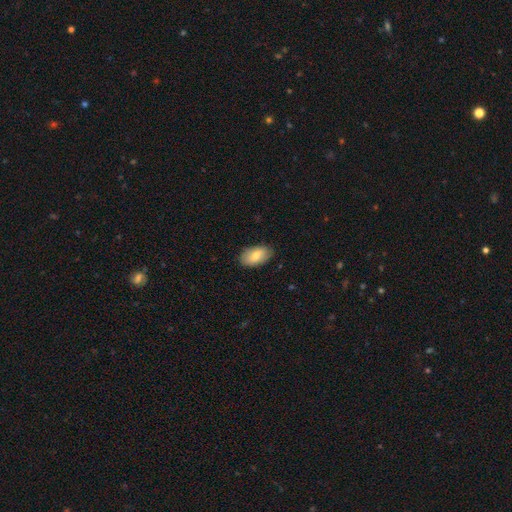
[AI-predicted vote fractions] Q: Smooth or featured?
A: smooth (73%); runner-up: featured or disk (20%)
Q: How rounded?
A: in between (93%); runner-up: round (5%)
Q: Merging?
A: none (84%); runner-up: minor disturbance (13%)